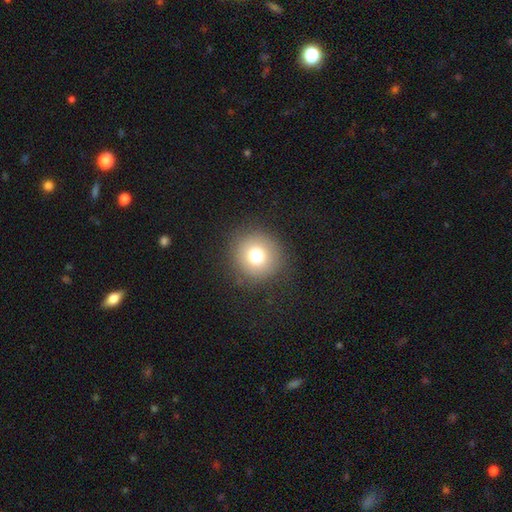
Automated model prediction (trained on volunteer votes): Morphology: type=smooth (73%); roundness=round (95%); merging=none (89%).